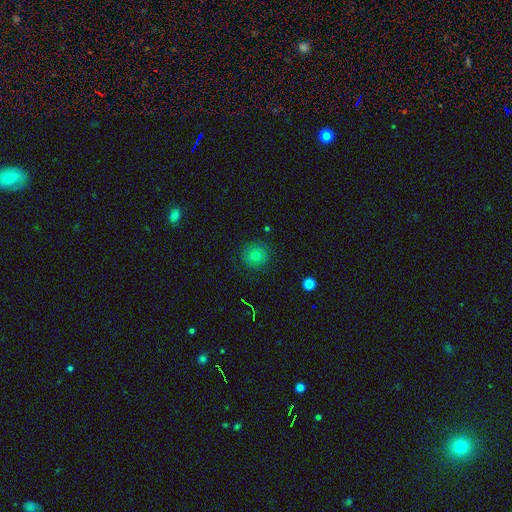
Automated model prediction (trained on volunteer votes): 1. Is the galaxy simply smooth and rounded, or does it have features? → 75% smooth, 15% star or artifact, 10% featured or disk.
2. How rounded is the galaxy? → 93% round, 6% in between, 1% cigar-shaped.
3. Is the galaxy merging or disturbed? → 89% none, 8% minor disturbance, 2% major disturbance, 1% merger.